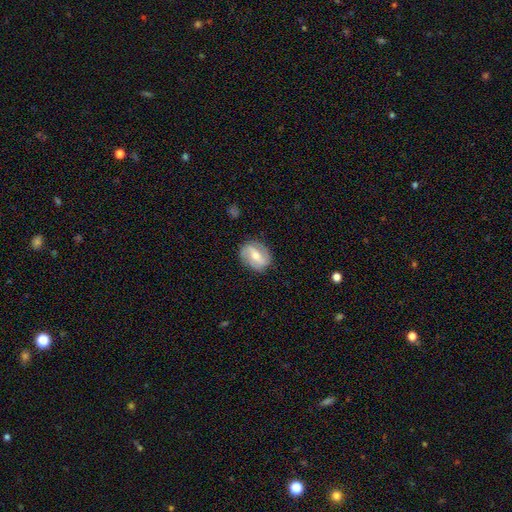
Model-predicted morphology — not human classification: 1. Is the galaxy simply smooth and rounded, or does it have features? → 66% featured or disk, 28% smooth, 7% star or artifact.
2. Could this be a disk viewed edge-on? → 95% no, 5% yes.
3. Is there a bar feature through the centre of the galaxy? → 41% strong, 38% weak, 22% no.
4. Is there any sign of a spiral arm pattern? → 81% yes, 19% no.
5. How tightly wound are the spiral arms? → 38% medium, 37% loose, 25% tight.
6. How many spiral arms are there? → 85% 2, 8% can't tell, 3% 1, 2% 3, 1% 4, 1% more than 4.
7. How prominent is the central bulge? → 60% moderate, 35% small, 3% large, 1% none, 1% dominant.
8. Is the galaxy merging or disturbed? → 81% none, 14% minor disturbance, 4% major disturbance, 1% merger.